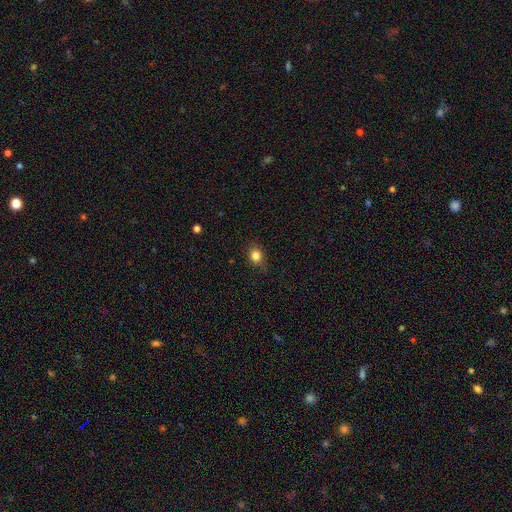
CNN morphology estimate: A smooth galaxy with no disk features (83%) that is round (63%).

Vote fractions:
- Smooth or featured? smooth: 83% / star or artifact: 11% / featured or disk: 6%
- How rounded? round: 63% / in between: 36% / cigar-shaped: 1%
- Merging? none: 77% / minor disturbance: 18% / major disturbance: 4% / merger: 1%